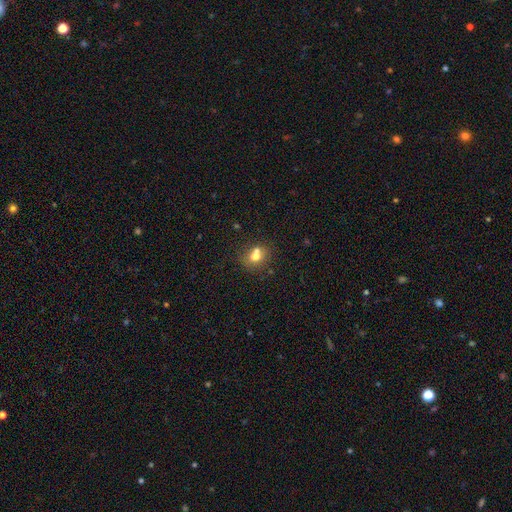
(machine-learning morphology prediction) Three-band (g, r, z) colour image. It shows a smooth galaxy with no disk features (70%) that is round (67%). Merging: none (48%).